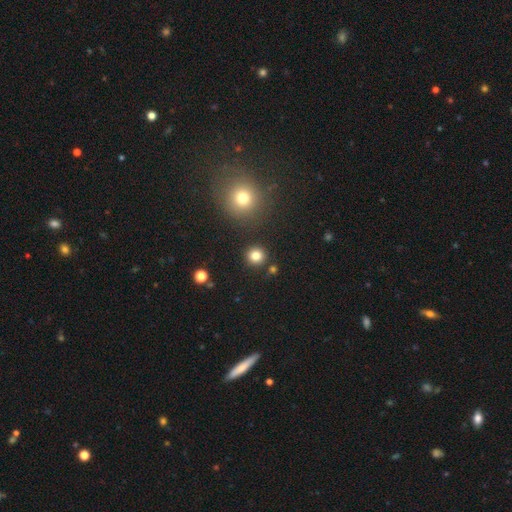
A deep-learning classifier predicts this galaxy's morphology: Smooth or featured? smooth (82%)
How rounded? round (93%)
Merging? none (89%)